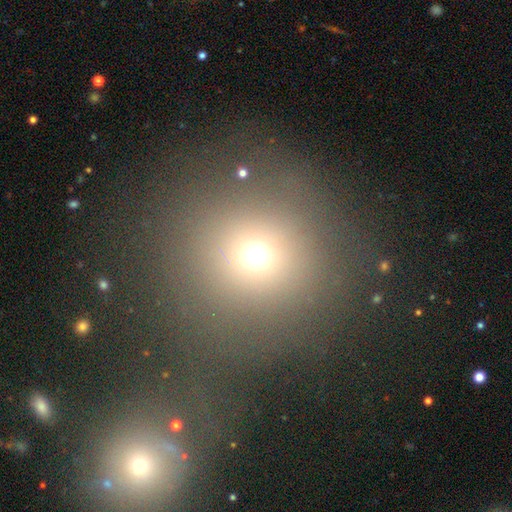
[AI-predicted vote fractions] Overall: smooth (67%). How rounded: round (93%). Merging: none (66%).